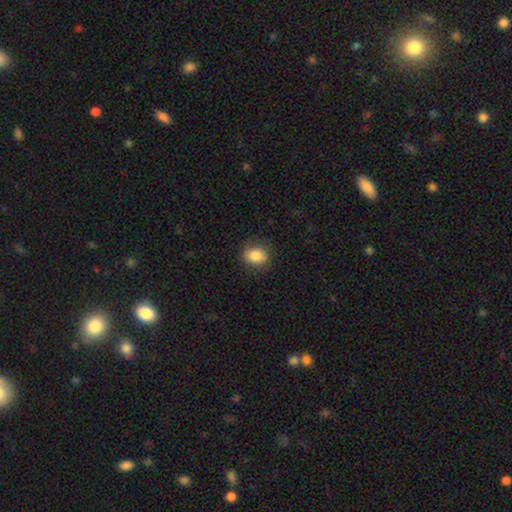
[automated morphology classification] smooth_or_featured: smooth (p=0.86) [alt: star or artifact p=0.09]
how_rounded: in between (p=0.52) [alt: round p=0.47]
merging: none (p=0.86) [alt: minor disturbance p=0.10]